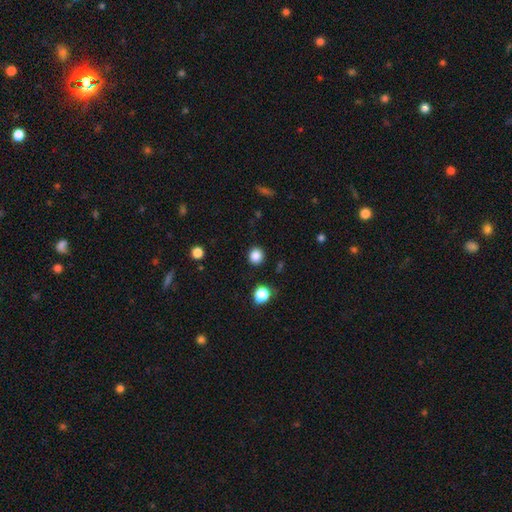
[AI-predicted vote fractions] This appears to be a smooth galaxy with no disk features (86%) that is round (90%). Merging: none (91%).